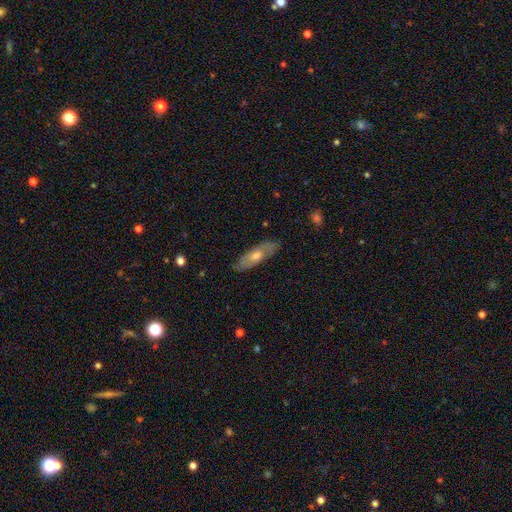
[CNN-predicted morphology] Smooth or featured? featured or disk (50%)
Merging? none (83%)